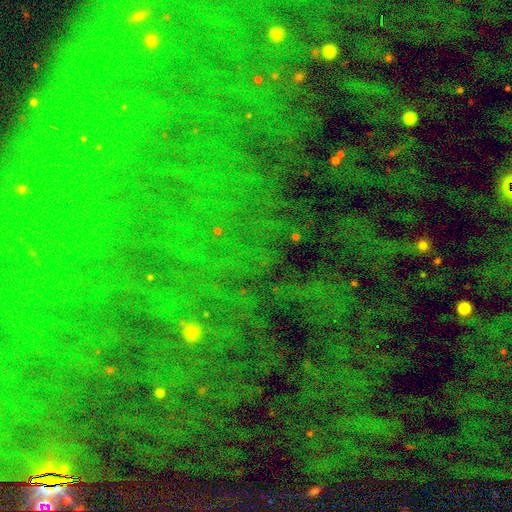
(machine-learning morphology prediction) Overall: star or artifact (81%).